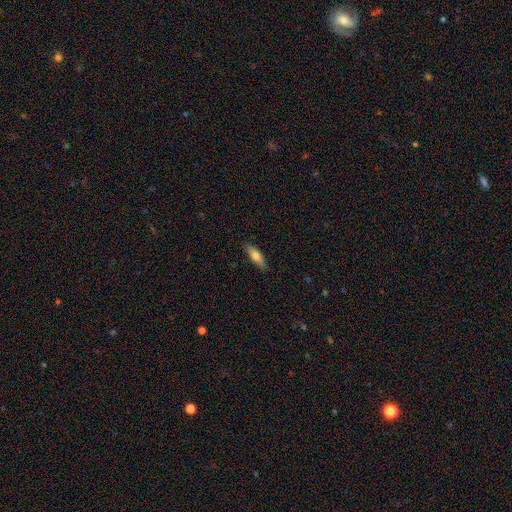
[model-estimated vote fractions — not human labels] Q: Smooth or featured?
A: smooth (68%); runner-up: featured or disk (26%)
Q: How rounded?
A: cigar-shaped (52%); runner-up: in between (46%)
Q: Merging?
A: none (87%); runner-up: minor disturbance (10%)